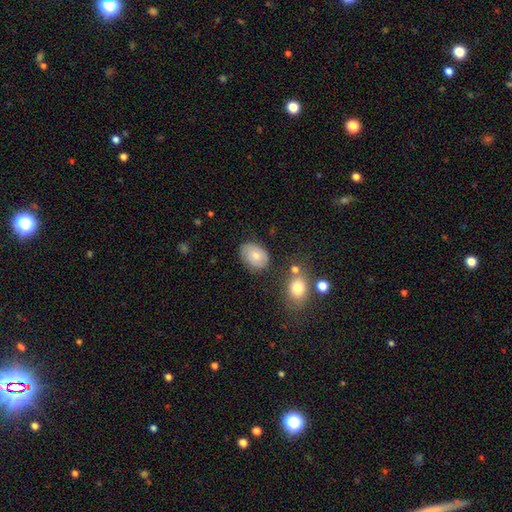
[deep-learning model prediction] This appears to be a smooth galaxy with no disk features (72%) that is in between round and cigar-shaped (77%). Merging: none (72%).